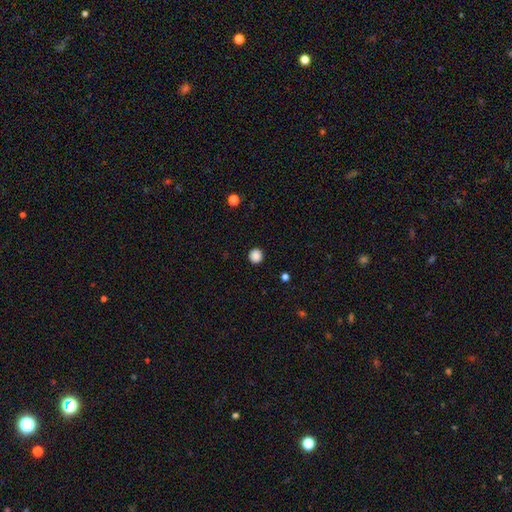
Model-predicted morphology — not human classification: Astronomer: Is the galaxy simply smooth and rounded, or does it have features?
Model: smooth — 87%.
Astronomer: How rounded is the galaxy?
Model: round — 95%.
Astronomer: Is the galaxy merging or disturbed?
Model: none — 93%.